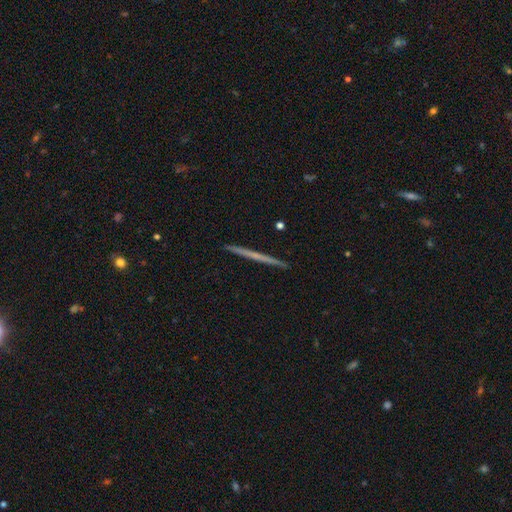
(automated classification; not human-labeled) Morphology: type=featured or disk (59%); edge-on=yes (98%); edge-on bulge=none (83%); merging=none (93%).